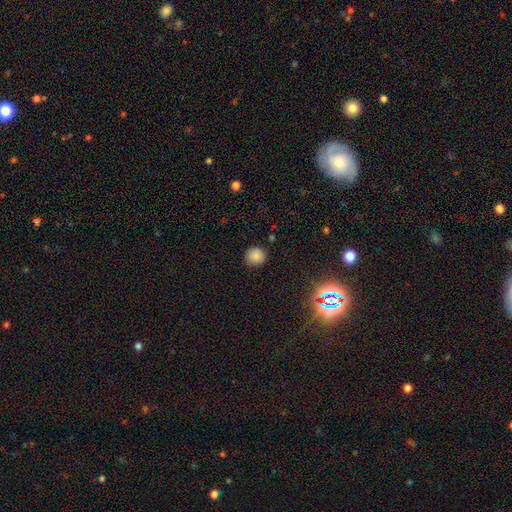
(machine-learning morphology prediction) Smooth or featured? Predicted: smooth (p=0.83). How rounded? Predicted: round (p=0.88). Merging? Predicted: none (p=0.88).